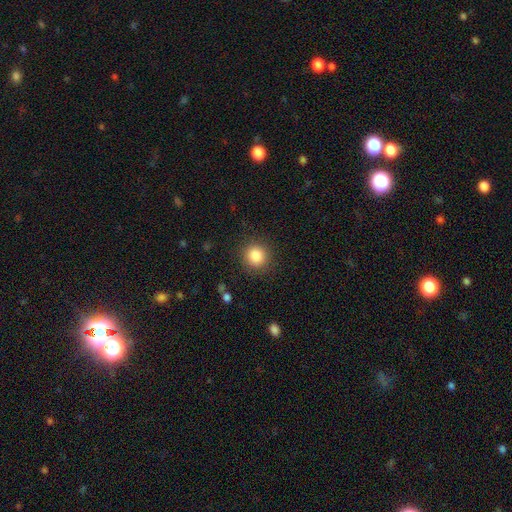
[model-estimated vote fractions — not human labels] Q: Smooth or featured?
A: smooth (84%); runner-up: star or artifact (10%)
Q: How rounded?
A: round (91%); runner-up: in between (8%)
Q: Merging?
A: none (89%); runner-up: minor disturbance (7%)